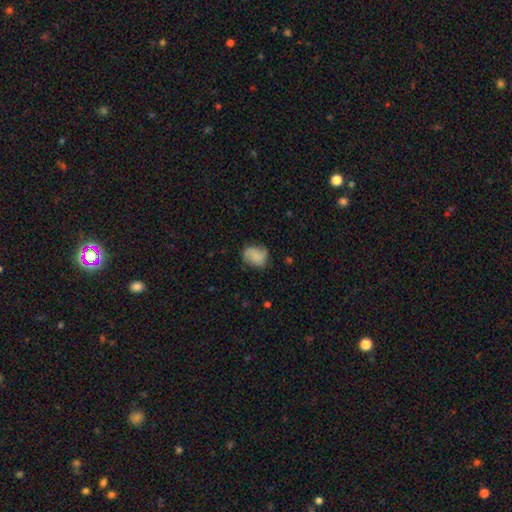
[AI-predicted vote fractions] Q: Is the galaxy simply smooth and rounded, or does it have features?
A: smooth — 57%.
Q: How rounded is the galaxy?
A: in between — 51%.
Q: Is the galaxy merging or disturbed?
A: none — 65%.